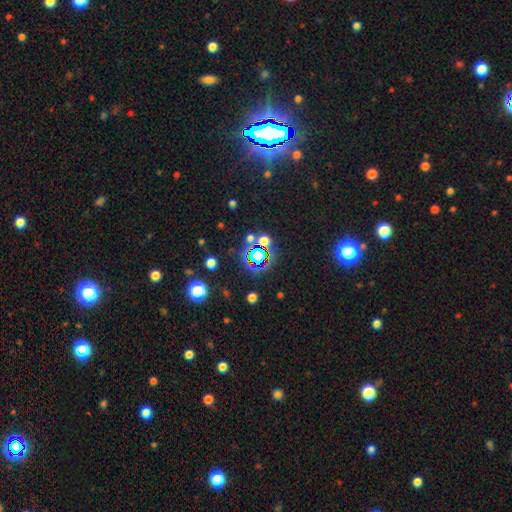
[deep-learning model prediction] This is likely a star or artifact rather than a galaxy (74%).